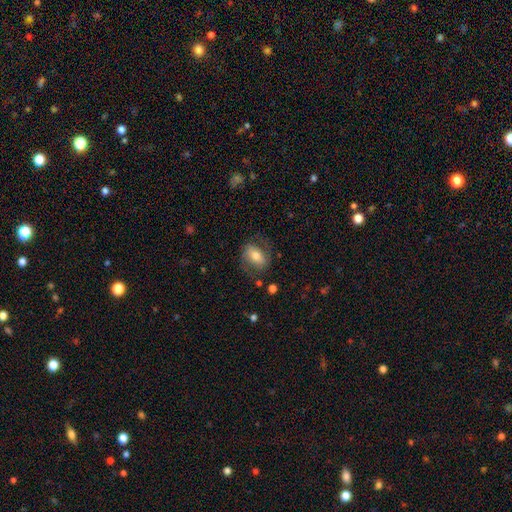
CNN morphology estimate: smooth-or-featured: smooth: 47% | featured or disk: 45% | star or artifact: 8%
  merging: none: 67% | minor disturbance: 19% | major disturbance: 12% | merger: 2%